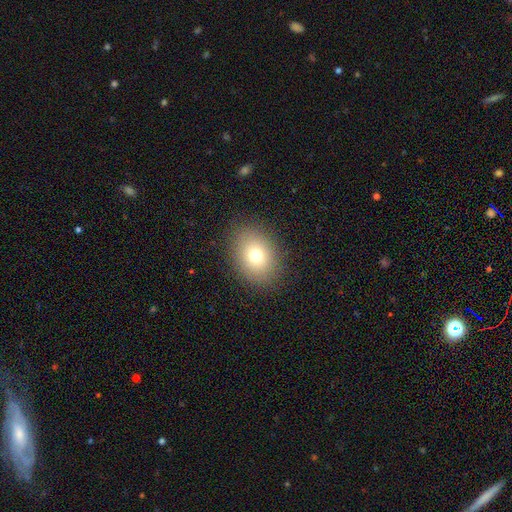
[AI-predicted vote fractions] Overall: smooth (73%). How rounded: in between (57%; round 42%). Merging: none (87%).